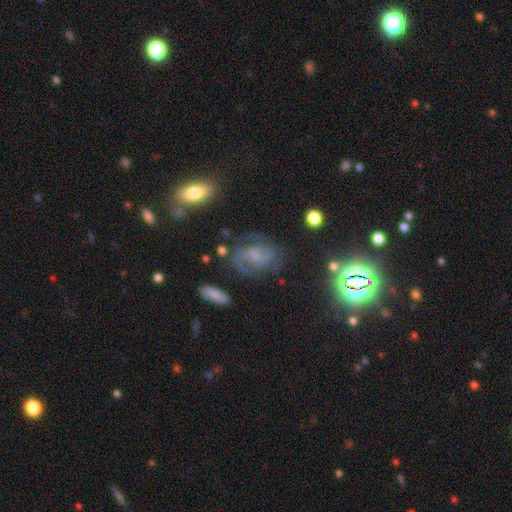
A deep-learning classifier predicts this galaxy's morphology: A featured or disk galaxy (66%) with no bar (48%), 2 (76%) medium (51%) spiral arms (92%) and no central bulge (37%).

Vote fractions:
- Smooth or featured? featured or disk: 66% / star or artifact: 17% / smooth: 17%
- Edge-on disk? no: 96% / yes: 4%
- Bar? no: 48% / weak: 40% / strong: 12%
- Spiral arms? yes: 92% / no: 8%
- Spiral winding? medium: 51% / tight: 25% / loose: 24%
- Spiral arm count? 2: 76% / can't tell: 11% / 1: 5% / 3: 4% / 4: 2% / more than 4: 2%
- Bulge size? none: 37% / small: 33% / moderate: 22% / large: 6% / dominant: 2%
- Merging? none: 63% / minor disturbance: 20% / major disturbance: 14% / merger: 3%